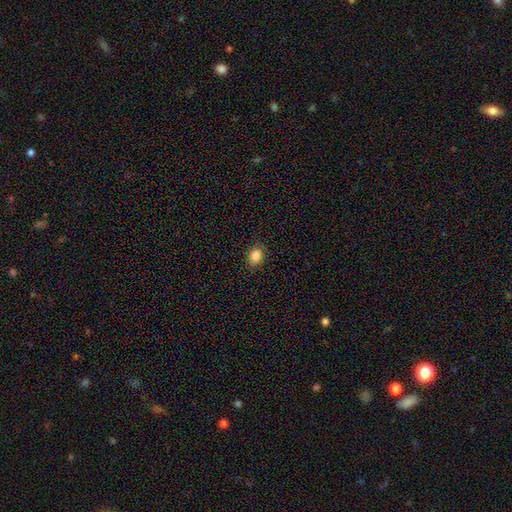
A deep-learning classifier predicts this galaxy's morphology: smooth 86%, star or artifact 10%, featured or disk 4%. Down the decision tree: how rounded — in between (51%); merging — none (87%).